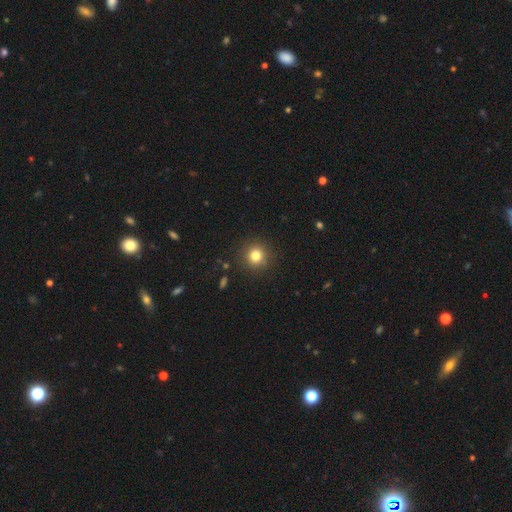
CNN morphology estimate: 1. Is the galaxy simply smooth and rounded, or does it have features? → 81% smooth, 12% star or artifact, 6% featured or disk.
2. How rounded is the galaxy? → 93% round, 6% in between, 1% cigar-shaped.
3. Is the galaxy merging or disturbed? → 91% none, 6% minor disturbance, 2% major disturbance, 1% merger.